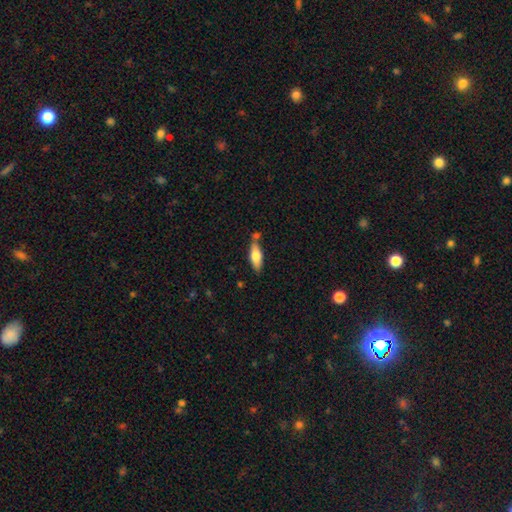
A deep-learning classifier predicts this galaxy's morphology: Overall: smooth (70%). How rounded: in between (68%; cigar-shaped 29%). Merging: none (63%).